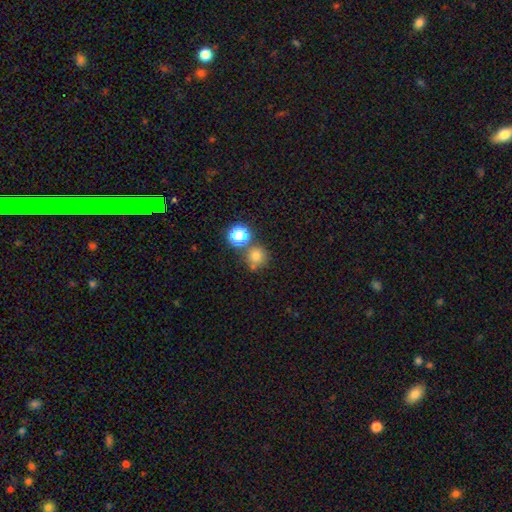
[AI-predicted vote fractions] smooth 74%, star or artifact 19%, featured or disk 8%. Down the decision tree: how rounded — round (92%); merging — none (68%).